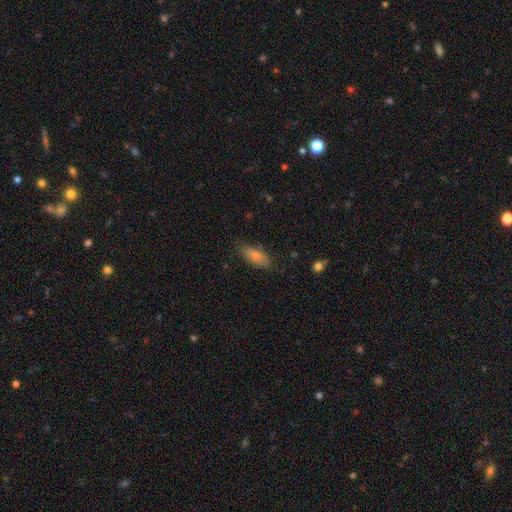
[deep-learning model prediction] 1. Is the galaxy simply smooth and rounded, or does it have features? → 80% smooth, 13% featured or disk, 7% star or artifact.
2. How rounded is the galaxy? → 73% in between, 25% cigar-shaped, 2% round.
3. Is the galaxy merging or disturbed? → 75% none, 19% minor disturbance, 4% major disturbance, 2% merger.